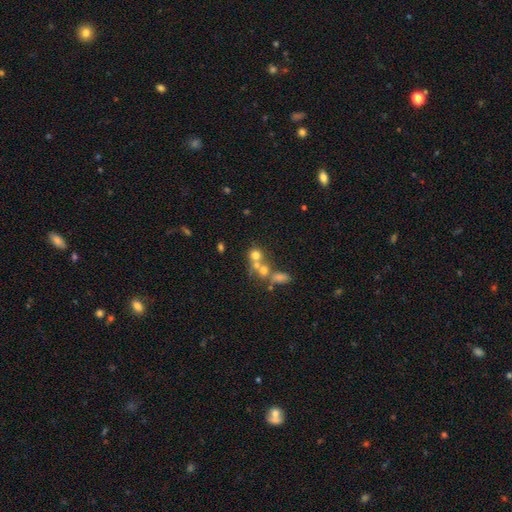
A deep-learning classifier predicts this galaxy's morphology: The model was most divided on "merging": merger: 52%, none: 34%, minor disturbance: 7%, major disturbance: 6%. More confident: how rounded — round (77%); smooth or featured — smooth (55%).